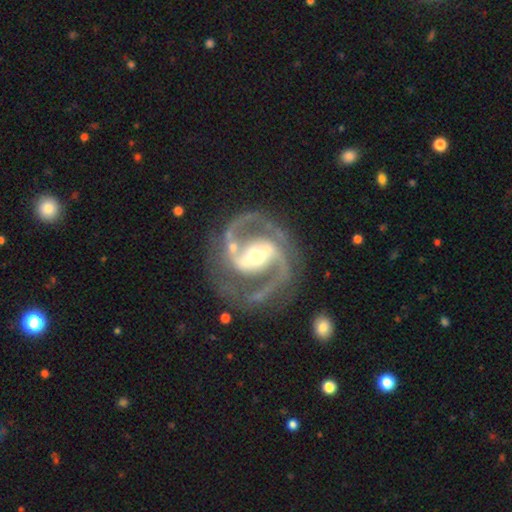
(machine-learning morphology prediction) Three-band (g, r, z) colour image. It shows a featured or disk galaxy (92%) with a strong bar (64%), 2 (91%) medium (62%) spiral arms (98%) and a moderate central bulge (64%). Merging: none (78%).